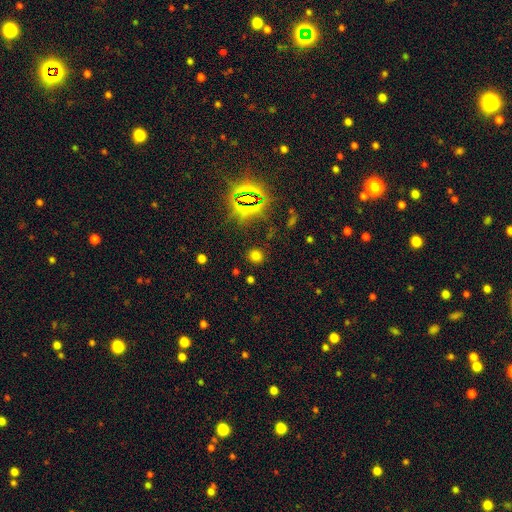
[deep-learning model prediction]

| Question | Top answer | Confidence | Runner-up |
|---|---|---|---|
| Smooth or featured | smooth | 64% | star or artifact (30%) |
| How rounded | round | 88% | in between (11%) |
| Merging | none | 86% | minor disturbance (8%) |